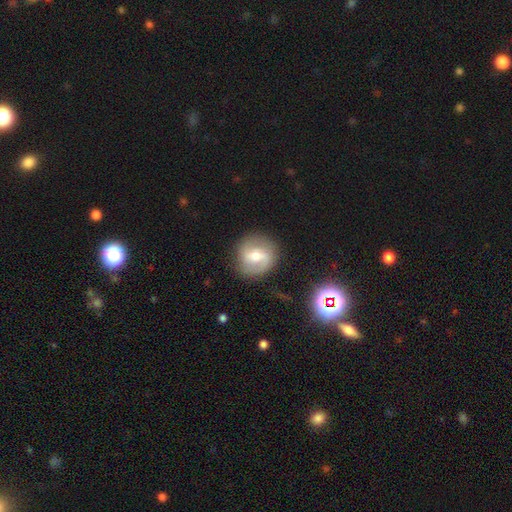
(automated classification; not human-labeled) Morphology: type=featured or disk (66%); edge-on=no (97%); bar=weak (49%); spiral arms=yes (84%); winding=medium (46%); arm count=2 (86%); bulge=moderate (64%); merging=none (84%).